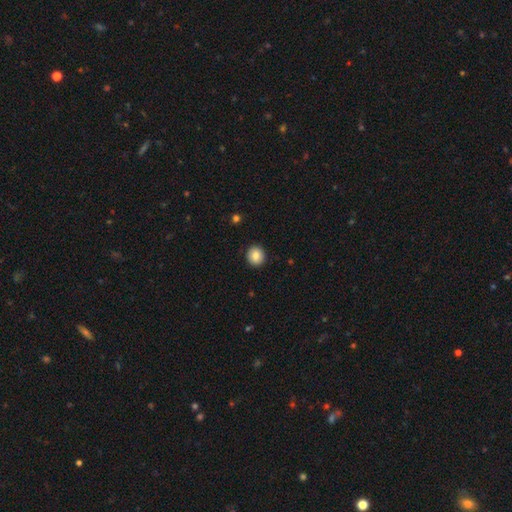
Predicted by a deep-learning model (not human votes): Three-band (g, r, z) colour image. It shows a smooth galaxy with no disk features (84%) that is round (91%). Merging: none (92%).